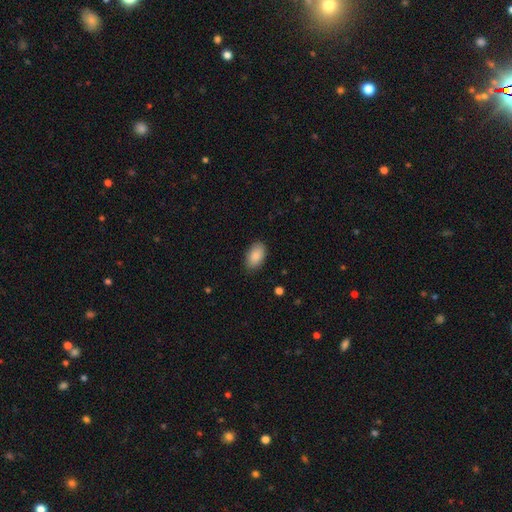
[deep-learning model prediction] Morphology: type=smooth (89%); roundness=in between (94%); merging=none (86%).